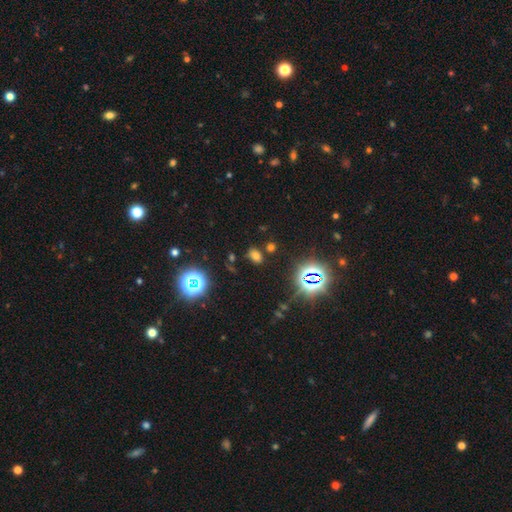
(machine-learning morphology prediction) Smooth or featured?
  - smooth: 57% *
  - star or artifact: 35%
  - featured or disk: 7%
How rounded?
  - in between: 77% *
  - round: 22%
  - cigar-shaped: 2%
Merging?
  - none: 80% *
  - minor disturbance: 10%
  - merger: 6%
  - major disturbance: 4%